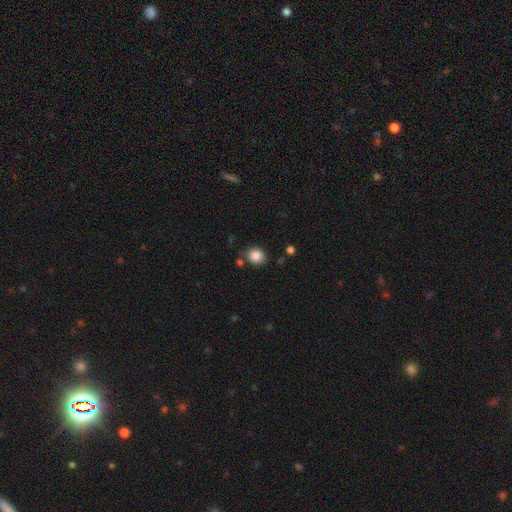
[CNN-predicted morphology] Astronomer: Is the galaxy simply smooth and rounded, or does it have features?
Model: smooth — 86%.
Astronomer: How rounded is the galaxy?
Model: round — 68%.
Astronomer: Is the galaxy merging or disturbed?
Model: none — 79%.